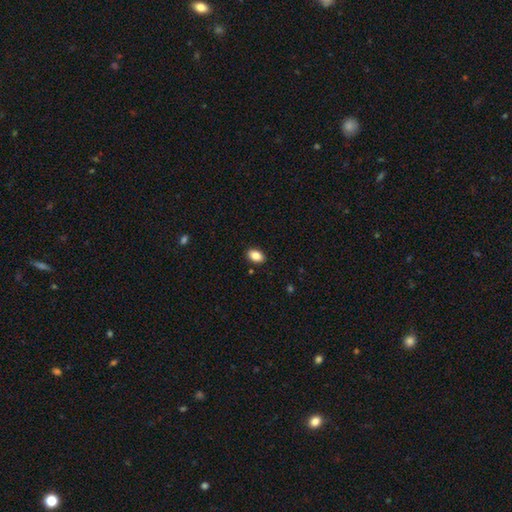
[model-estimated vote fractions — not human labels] Smooth or featured?
  - smooth: 86% *
  - star or artifact: 8%
  - featured or disk: 6%
How rounded?
  - in between: 88% *
  - round: 10%
  - cigar-shaped: 1%
Merging?
  - none: 89% *
  - minor disturbance: 8%
  - major disturbance: 2%
  - merger: 1%